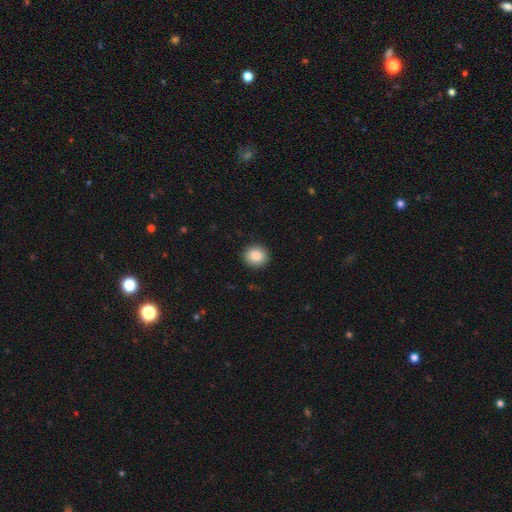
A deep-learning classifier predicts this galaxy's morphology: smooth-or-featured: smooth: 88% | star or artifact: 8% | featured or disk: 4%
  how-rounded: round: 86% | in between: 13% | cigar-shaped: 1%
  merging: none: 92% | minor disturbance: 6% | major disturbance: 2% | merger: 1%